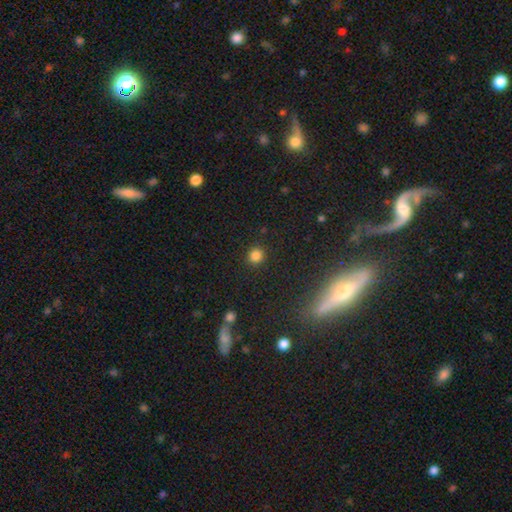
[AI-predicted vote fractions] smooth-or-featured: smooth: 83% | star or artifact: 13% | featured or disk: 4%
  how-rounded: round: 87% | in between: 12% | cigar-shaped: 1%
  merging: none: 90% | minor disturbance: 6% | major disturbance: 2% | merger: 1%